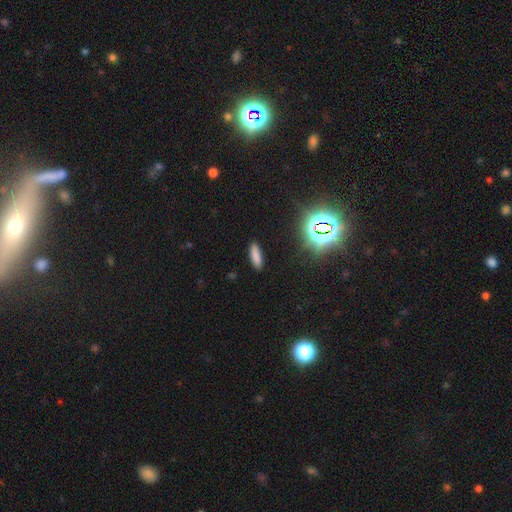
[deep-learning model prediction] smooth_or_featured: smooth (p=0.79) [alt: star or artifact p=0.15]
how_rounded: cigar-shaped (p=0.52) [alt: in between p=0.46]
merging: none (p=0.89) [alt: minor disturbance p=0.08]